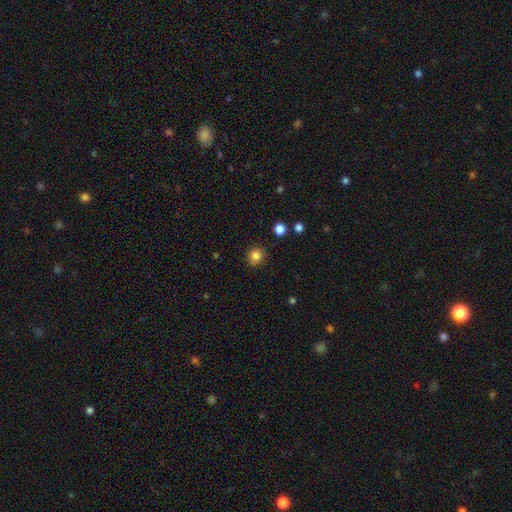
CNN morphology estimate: This appears to be a smooth galaxy with no disk features (82%) that is round (87%). Merging: none (82%).